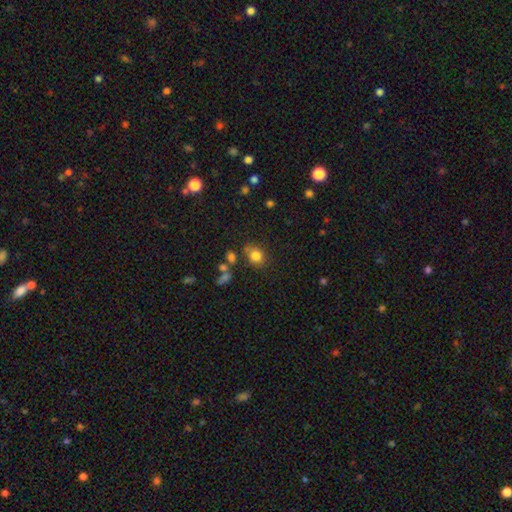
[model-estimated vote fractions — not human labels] This is clearly a smooth galaxy (81%). How rounded: possibly round (58%). Merging: likely none (70%).